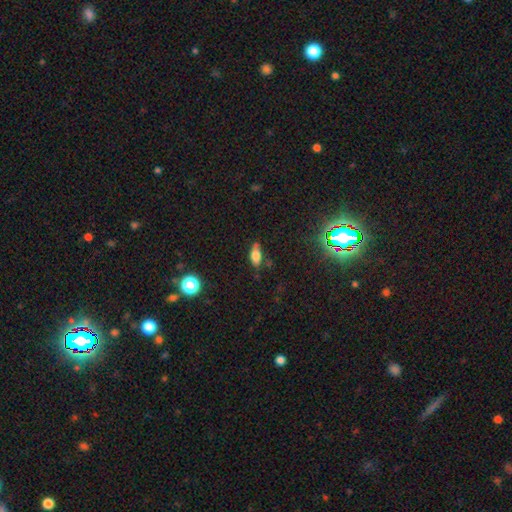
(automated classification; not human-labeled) Q: Smooth or featured?
A: smooth (69%); runner-up: featured or disk (19%)
Q: How rounded?
A: in between (79%); runner-up: cigar-shaped (17%)
Q: Merging?
A: none (71%); runner-up: minor disturbance (22%)